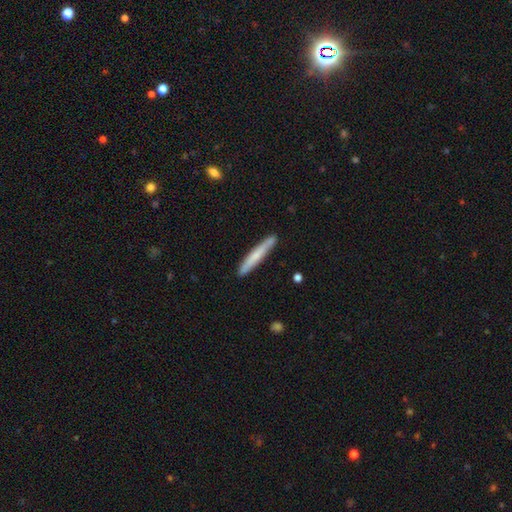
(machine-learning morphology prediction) The model was most divided on "smooth or featured": smooth: 65%, featured or disk: 29%, star or artifact: 6%. More confident: how rounded — cigar-shaped (95%); merging — none (86%).